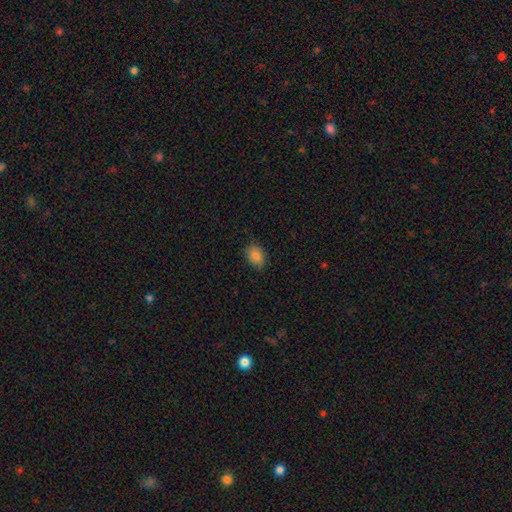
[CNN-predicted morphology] smooth 84%, star or artifact 8%, featured or disk 7%. Down the decision tree: how rounded — in between (79%); merging — none (80%).